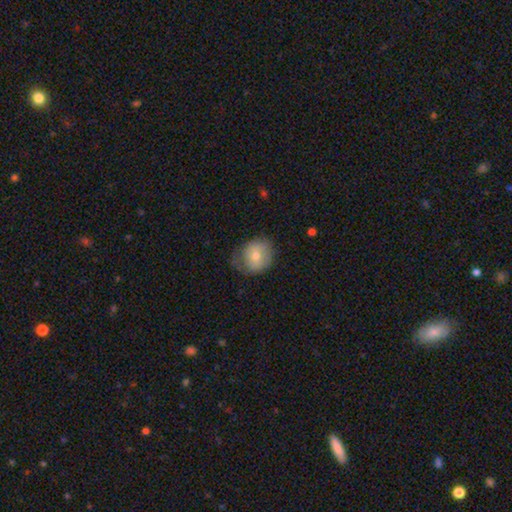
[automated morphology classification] A smooth galaxy with no disk features (69%) that is round (71%).

Vote fractions:
- Smooth or featured? smooth: 69% / featured or disk: 23% / star or artifact: 7%
- How rounded? round: 71% / in between: 28% / cigar-shaped: 1%
- Merging? none: 58% / minor disturbance: 29% / major disturbance: 12% / merger: 1%